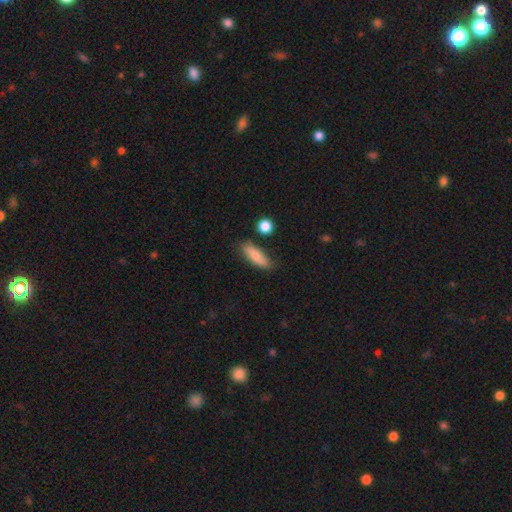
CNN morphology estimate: smooth 80%, featured or disk 13%, star or artifact 7%. Down the decision tree: how rounded — in between (54%); merging — none (75%).